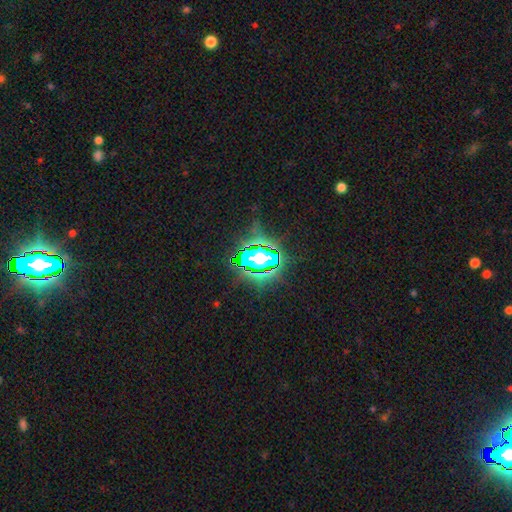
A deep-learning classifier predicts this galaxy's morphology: Smooth or featured?
  - star or artifact: 83% *
  - smooth: 11%
  - featured or disk: 6%